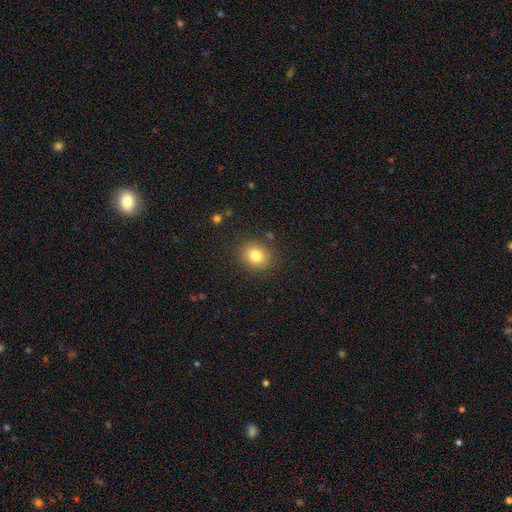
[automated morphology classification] smooth 80%, star or artifact 12%, featured or disk 8%. Down the decision tree: how rounded — round (70%); merging — none (86%).